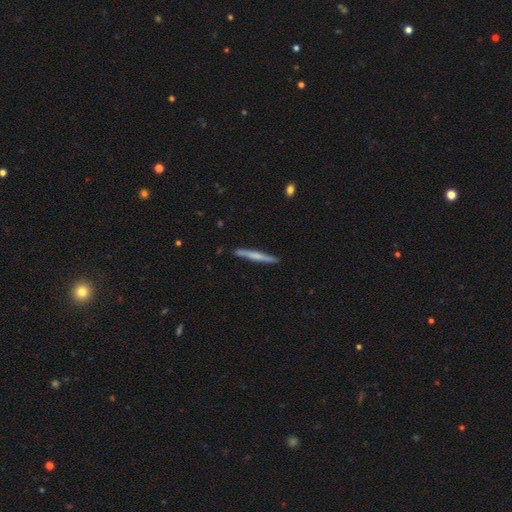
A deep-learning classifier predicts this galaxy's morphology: Smooth or featured?
  - smooth: 48% *
  - featured or disk: 47%
  - star or artifact: 5%
Merging?
  - none: 90% *
  - minor disturbance: 7%
  - merger: 1%
  - major disturbance: 1%